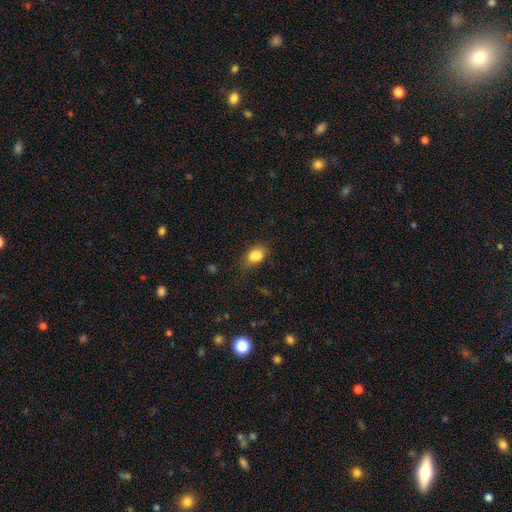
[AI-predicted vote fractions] The model was most divided on "merging": none: 63%, minor disturbance: 25%, major disturbance: 9%, merger: 3%. More confident: smooth or featured — smooth (84%); how rounded — in between (80%).